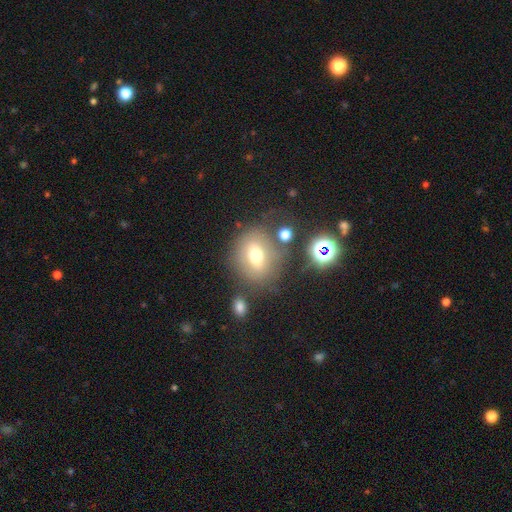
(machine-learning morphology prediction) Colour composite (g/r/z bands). It shows a smooth galaxy with no disk features (63%) that is round (59%). Merging: none (66%).